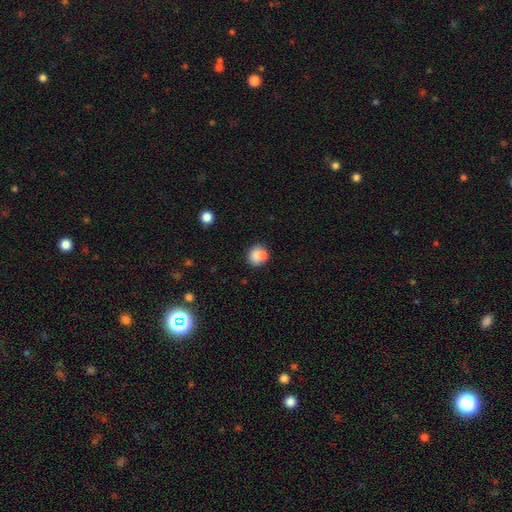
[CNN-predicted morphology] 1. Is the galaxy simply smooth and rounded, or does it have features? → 77% smooth, 14% featured or disk, 10% star or artifact.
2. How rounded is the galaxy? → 74% round, 25% in between, 1% cigar-shaped.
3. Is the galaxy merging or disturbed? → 53% none, 26% merger, 15% minor disturbance, 5% major disturbance.